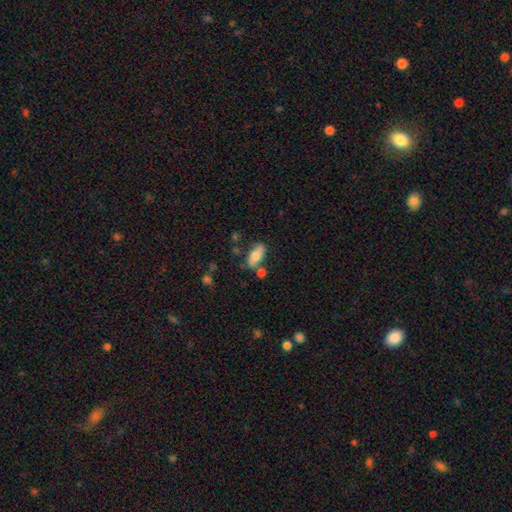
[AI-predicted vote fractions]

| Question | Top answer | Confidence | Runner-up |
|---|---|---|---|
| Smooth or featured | smooth | 69% | featured or disk (24%) |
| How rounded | in between | 79% | cigar-shaped (18%) |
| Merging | none | 65% | minor disturbance (17%) |